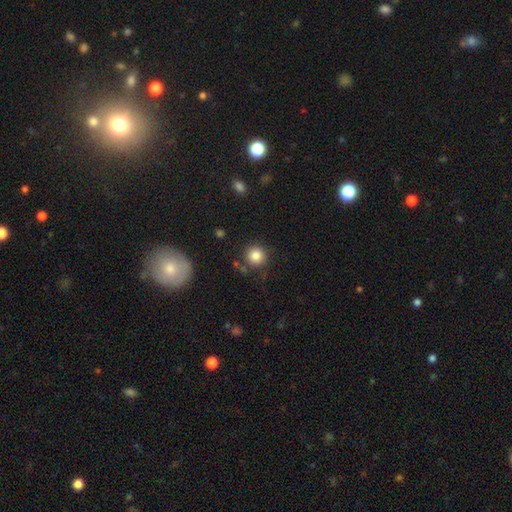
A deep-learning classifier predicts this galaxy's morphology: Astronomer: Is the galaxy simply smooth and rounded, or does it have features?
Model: smooth — 84%.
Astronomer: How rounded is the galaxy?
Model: round — 93%.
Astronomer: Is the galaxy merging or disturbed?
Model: none — 83%.